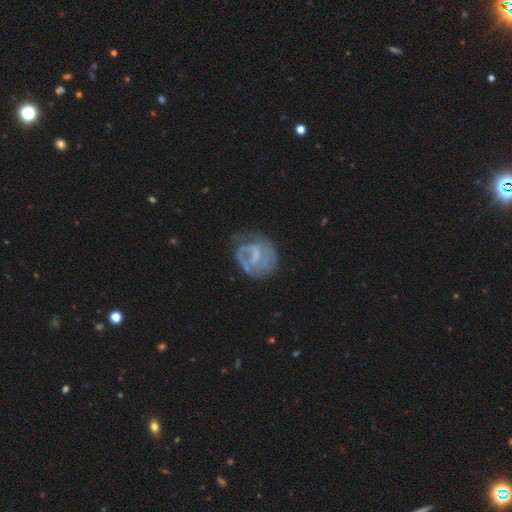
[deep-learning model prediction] Smooth or featured? featured or disk (70%)
Edge-on disk? no (98%)
Bar? weak (45%)
Spiral arms? yes (67%)
Bulge size? none (53%)
Merging? none (52%)